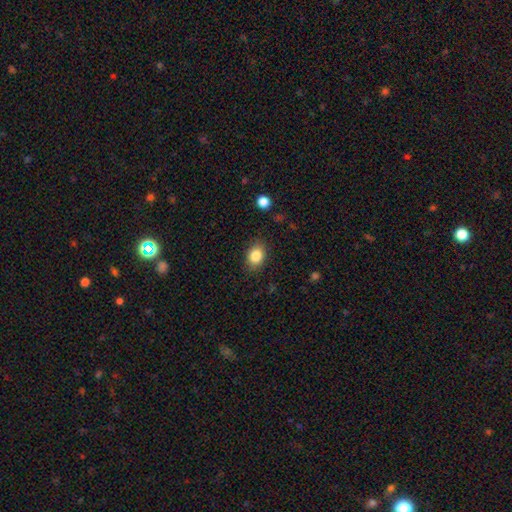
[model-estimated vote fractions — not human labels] Smooth or featured: smooth — 85% (star or artifact — 9%)
How rounded: in between — 63% (round — 36%)
Merging: none — 85% (minor disturbance — 11%)